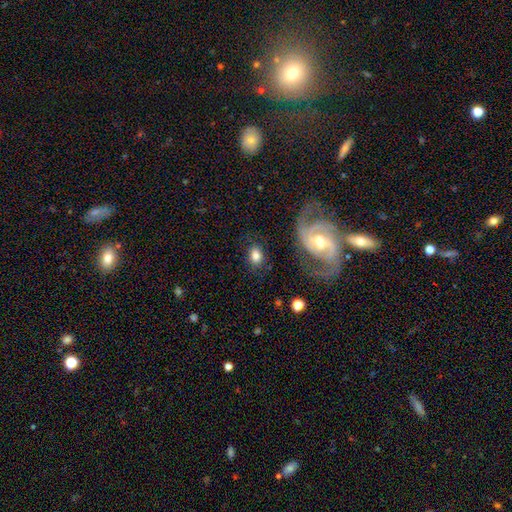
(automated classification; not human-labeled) smooth_or_featured: smooth (p=0.75) [alt: featured or disk p=0.18]
how_rounded: in between (p=0.69) [alt: round p=0.29]
merging: none (p=0.78) [alt: minor disturbance p=0.12]